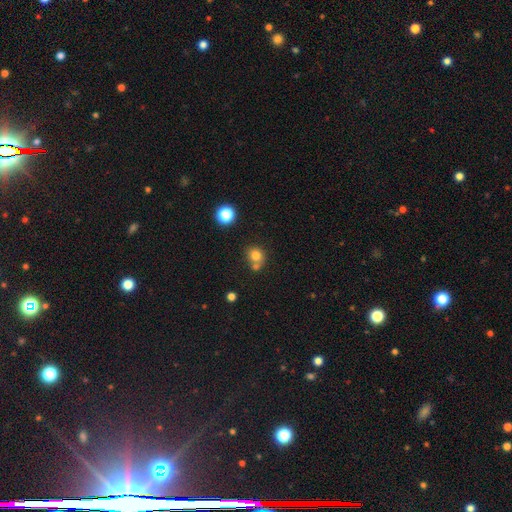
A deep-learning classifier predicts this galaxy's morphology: A smooth galaxy with no disk features (77%) that is round (80%).

Vote fractions:
- Smooth or featured? smooth: 77% / star or artifact: 13% / featured or disk: 10%
- How rounded? round: 80% / in between: 19% / cigar-shaped: 1%
- Merging? none: 51% / merger: 36% / minor disturbance: 10% / major disturbance: 4%